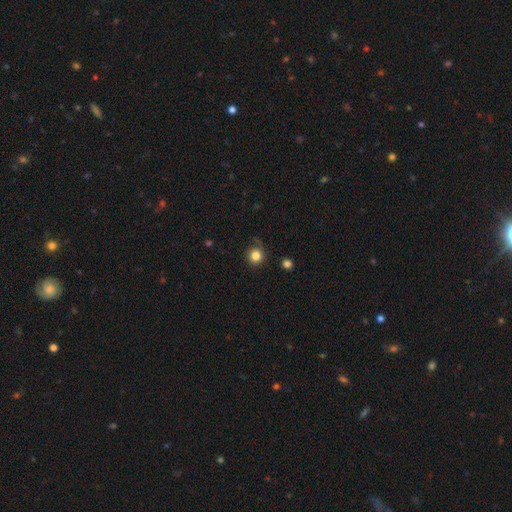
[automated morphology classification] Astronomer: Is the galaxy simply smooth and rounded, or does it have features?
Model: smooth — 82%.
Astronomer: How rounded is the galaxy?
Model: round — 93%.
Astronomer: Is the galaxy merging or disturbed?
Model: none — 81%.